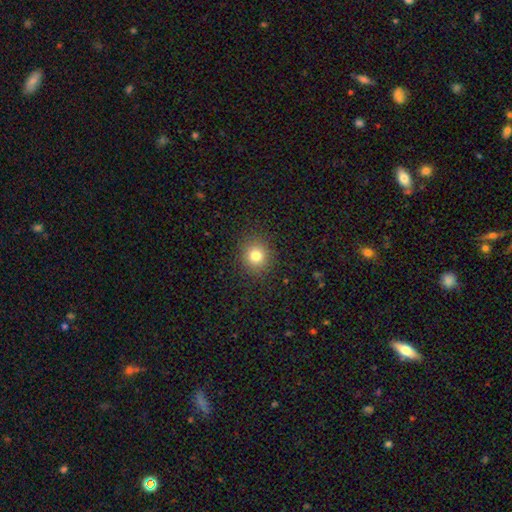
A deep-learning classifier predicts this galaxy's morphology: This appears to be a smooth galaxy with no disk features (79%) that is round (86%). Merging: none (90%).